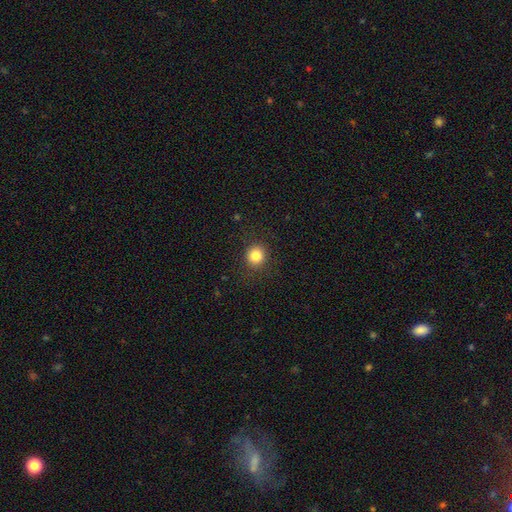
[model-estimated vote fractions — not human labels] smooth 83%, star or artifact 11%, featured or disk 5%. Down the decision tree: how rounded — round (89%); merging — none (89%).